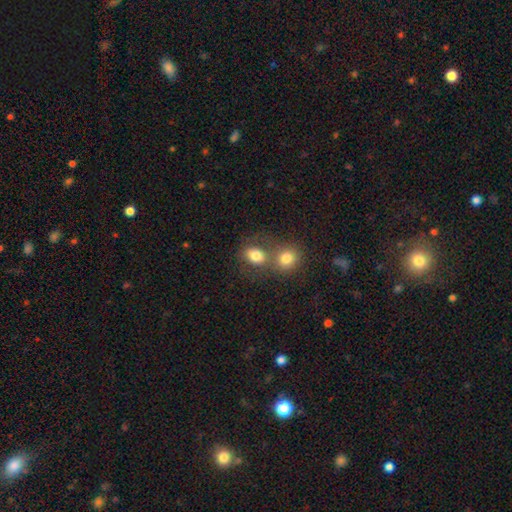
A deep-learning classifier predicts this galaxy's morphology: This appears to be a smooth galaxy with no disk features (80%) that is in between round and cigar-shaped (55%). Merging: merger (48%).